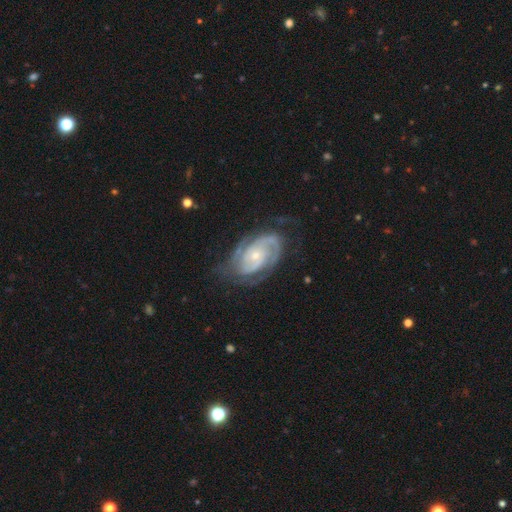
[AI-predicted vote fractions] Overall: featured or disk (88%). Edge-on disk: no (97%). Bar: no (69%). Spiral arms: yes (97%). Spiral arm count: 2 (60%). Spiral winding: tight (63%; medium 30%). Bulge size: small (70%). Merging: none (67%).